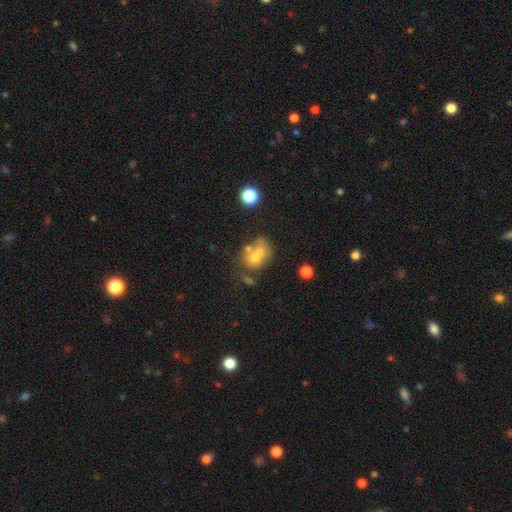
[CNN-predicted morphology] This is possibly a smooth galaxy (59%). How rounded: possibly in between (54%). Merging: possibly merger (52%).